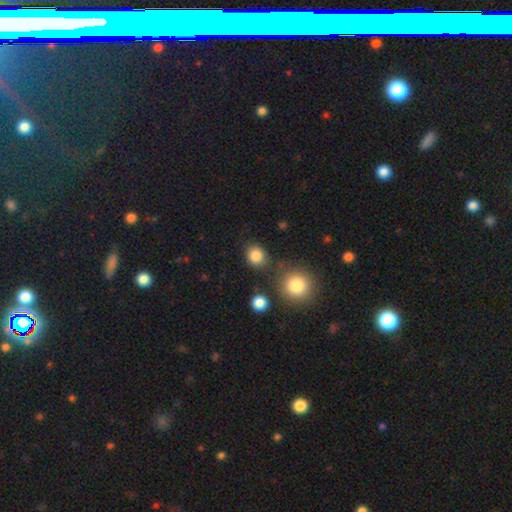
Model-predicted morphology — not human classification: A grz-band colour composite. It shows a smooth galaxy with no disk features (84%) that is round (77%). Merging: none (80%).